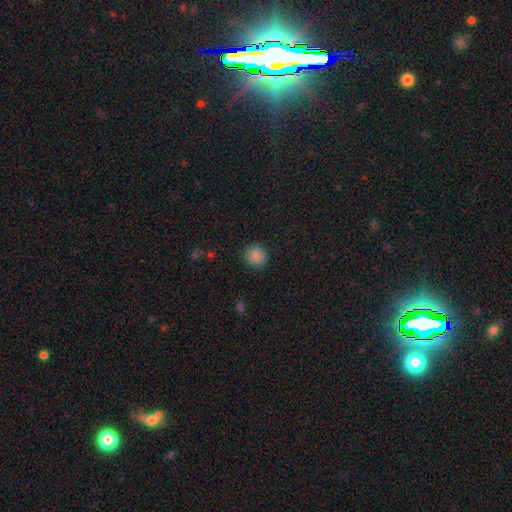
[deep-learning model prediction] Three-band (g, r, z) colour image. It shows a smooth galaxy with no disk features (86%) that is round (88%). Merging: none (87%).